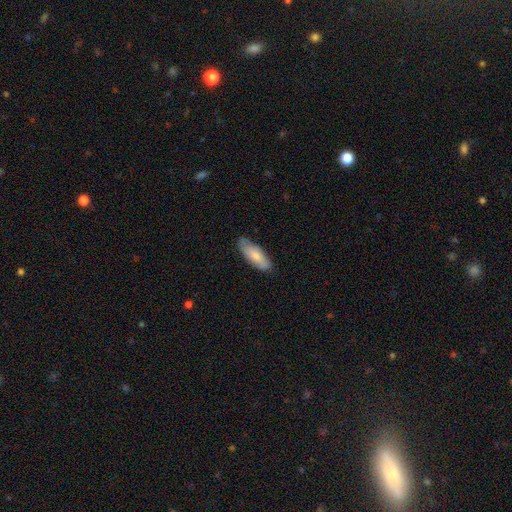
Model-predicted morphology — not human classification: This appears to be a smooth galaxy with no disk features (77%) that is in between round and cigar-shaped (68%). Merging: none (76%).